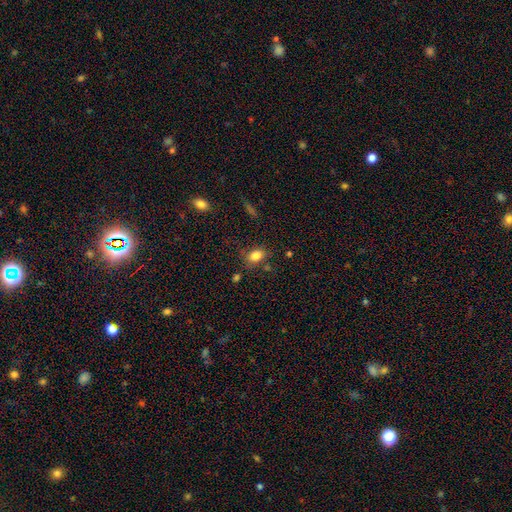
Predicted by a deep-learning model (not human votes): Morphology: type=smooth (83%); roundness=in between (75%); merging=none (73%).